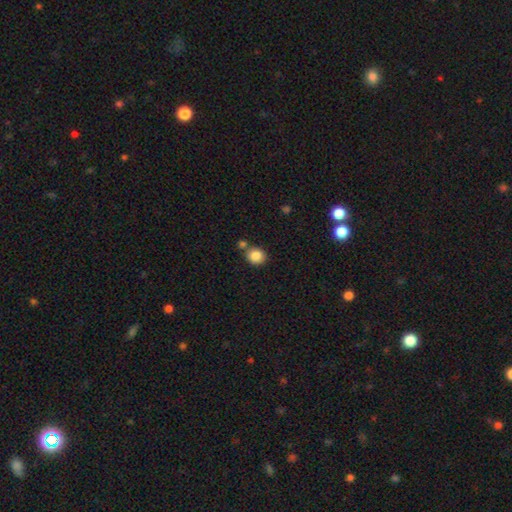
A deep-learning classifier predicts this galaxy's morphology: The model was most divided on "how rounded": round: 72%, in between: 27%, cigar-shaped: 1%. More confident: smooth or featured — smooth (86%); merging — none (65%).